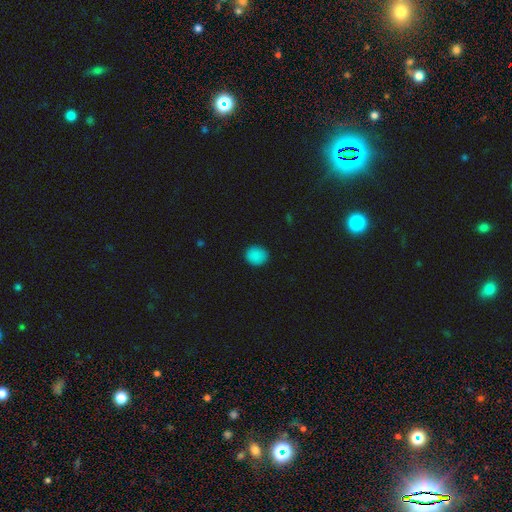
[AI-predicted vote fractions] Smooth or featured: smooth — 87% (star or artifact — 10%)
How rounded: round — 78% (in between — 21%)
Merging: none — 90% (minor disturbance — 8%)